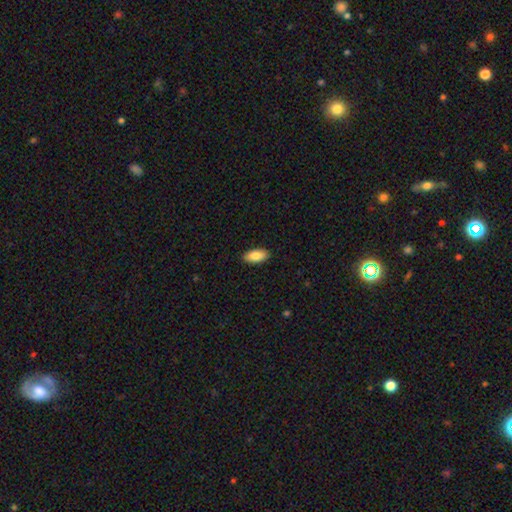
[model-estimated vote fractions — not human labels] smooth-or-featured: smooth: 86% | featured or disk: 8% | star or artifact: 6%
  how-rounded: in between: 91% | cigar-shaped: 7% | round: 2%
  merging: none: 90% | minor disturbance: 7% | major disturbance: 2% | merger: 1%